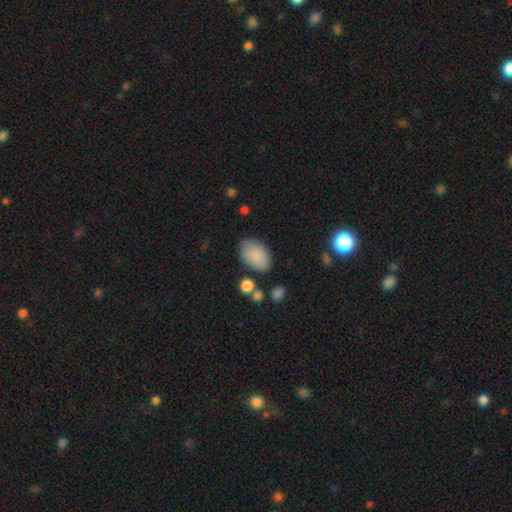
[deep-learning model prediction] Smooth or featured? smooth (86%)
How rounded? in between (92%)
Merging? none (76%)